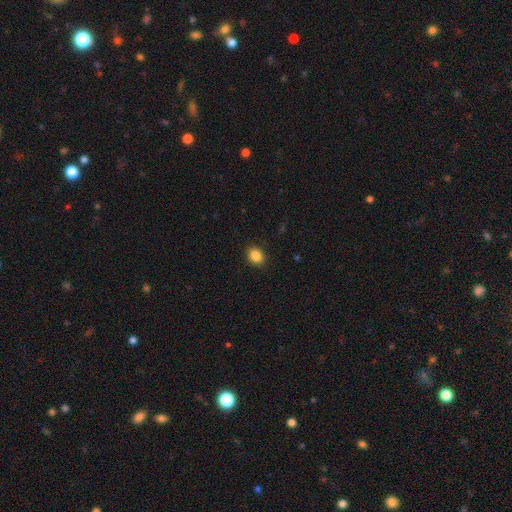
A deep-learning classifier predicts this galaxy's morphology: This appears to be a smooth galaxy with no disk features (86%) that is in between round and cigar-shaped (54%). Merging: none (90%).